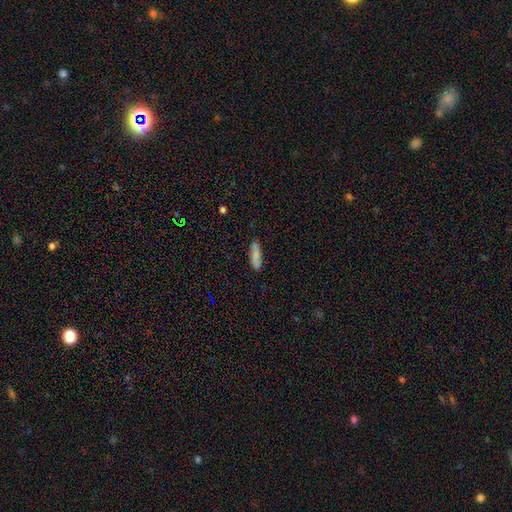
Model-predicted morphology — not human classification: A smooth galaxy with no disk features (81%) that is cigar-shaped (56%).

Vote fractions:
- Smooth or featured? smooth: 81% / featured or disk: 12% / star or artifact: 7%
- How rounded? cigar-shaped: 56% / in between: 42% / round: 2%
- Merging? none: 80% / minor disturbance: 15% / major disturbance: 3% / merger: 2%